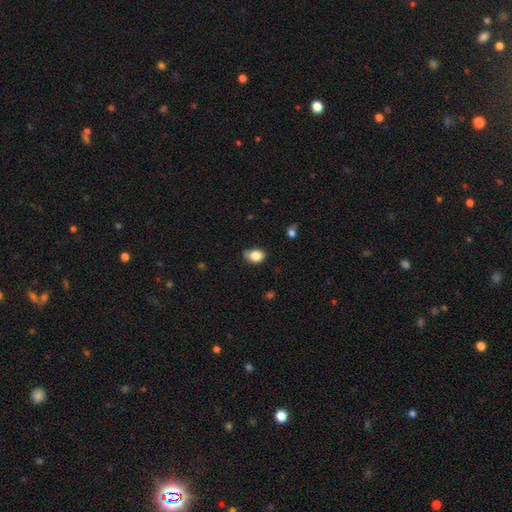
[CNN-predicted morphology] This appears to be a smooth galaxy with no disk features (83%) that is in between round and cigar-shaped (60%). Merging: none (57%).